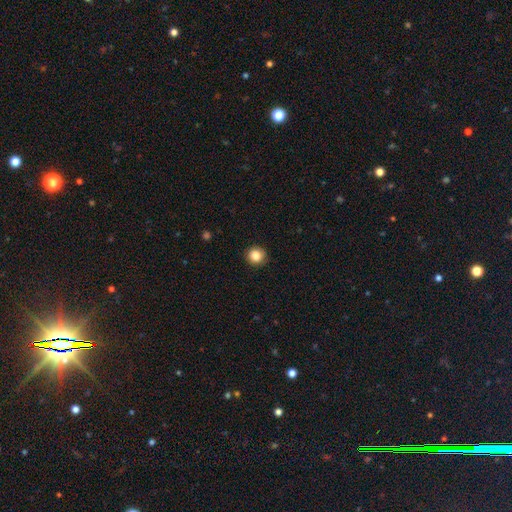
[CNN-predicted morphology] Overall: smooth (86%). How rounded: round (94%). Merging: none (91%).